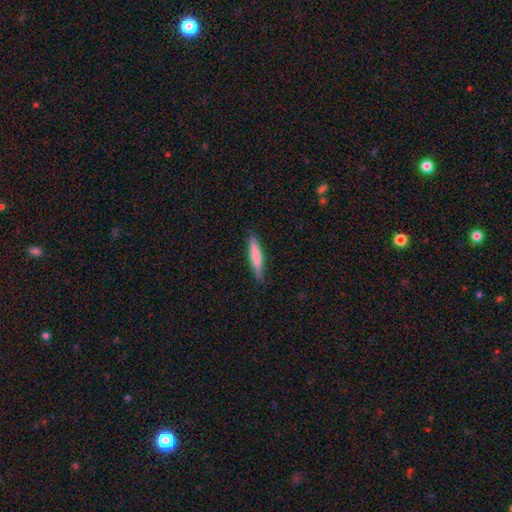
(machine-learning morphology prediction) smooth_or_featured: smooth (p=0.75) [alt: featured or disk p=0.19]
how_rounded: cigar-shaped (p=0.89) [alt: in between p=0.10]
merging: none (p=0.84) [alt: minor disturbance p=0.12]